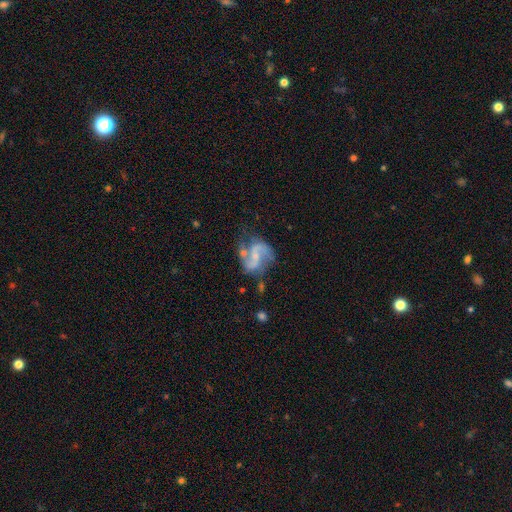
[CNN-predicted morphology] smooth-or-featured: featured or disk: 84% | smooth: 9% | star or artifact: 6%
  disk-edge-on: no: 98% | yes: 2%
    bar: weak: 45% | no: 35% | strong: 20%
    has-spiral-arms: yes: 94% | no: 6%
      spiral-winding: loose: 48% | medium: 43% | tight: 10%
      spiral-arm-count: 2: 91% | can't tell: 3% | 1: 2% | 3: 2% | 4: 1% | more than 4: 1%
    bulge-size: small: 57% | moderate: 22% | none: 18% | large: 2% | dominant: 1%
  merging: none: 56% | minor disturbance: 21% | major disturbance: 13% | merger: 10%